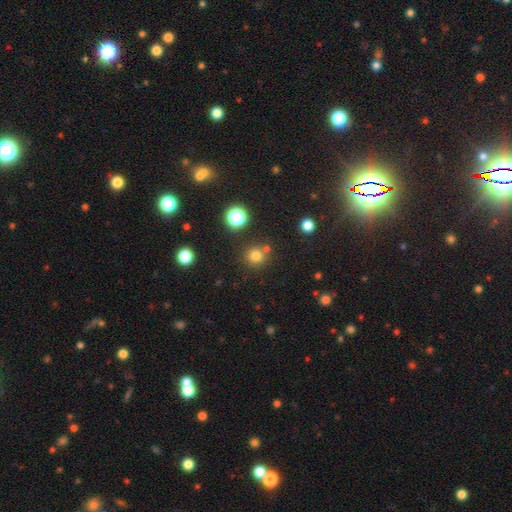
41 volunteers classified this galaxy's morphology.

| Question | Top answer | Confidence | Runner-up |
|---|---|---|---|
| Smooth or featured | smooth | 78% | featured or disk (12%) |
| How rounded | round | 94% | in between (3%) |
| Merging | none | 78% | minor disturbance (16%) |